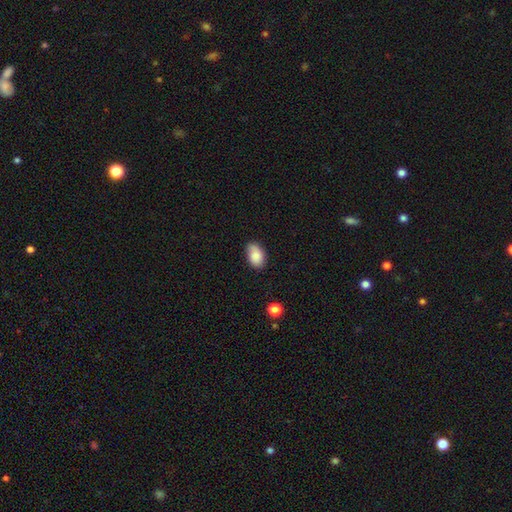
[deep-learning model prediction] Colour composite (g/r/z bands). It shows a smooth galaxy with no disk features (82%) that is in between round and cigar-shaped (87%). Merging: none (66%).